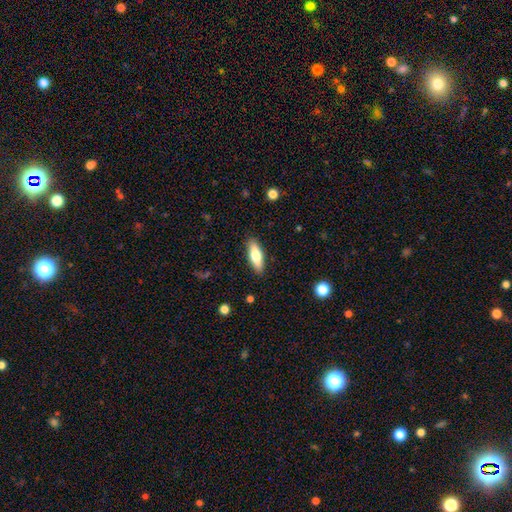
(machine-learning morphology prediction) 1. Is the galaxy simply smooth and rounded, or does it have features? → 70% smooth, 24% featured or disk, 6% star or artifact.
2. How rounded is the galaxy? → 54% in between, 44% cigar-shaped, 2% round.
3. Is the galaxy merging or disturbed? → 88% none, 8% minor disturbance, 2% major disturbance, 1% merger.